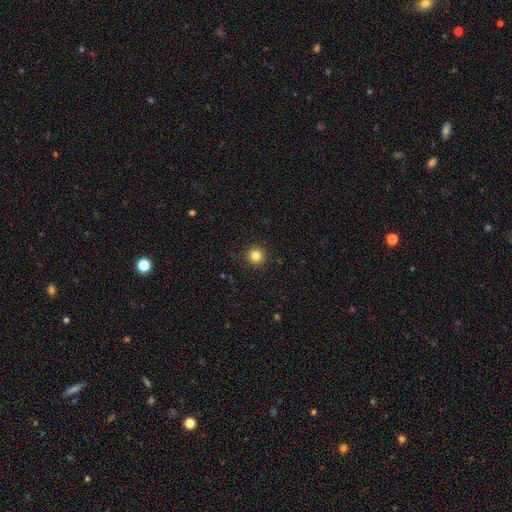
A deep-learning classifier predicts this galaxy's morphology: Smooth or featured: smooth — 83% (star or artifact — 12%)
How rounded: round — 96% (in between — 3%)
Merging: none — 93% (minor disturbance — 5%)